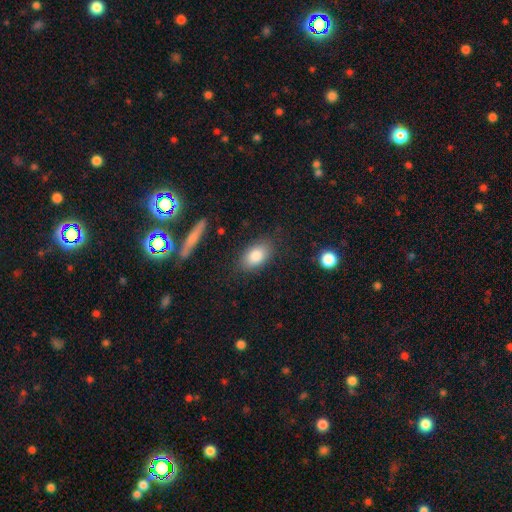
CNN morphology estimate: Smooth or featured: smooth — 83% (featured or disk — 9%)
How rounded: in between — 89% (round — 8%)
Merging: none — 82% (minor disturbance — 12%)